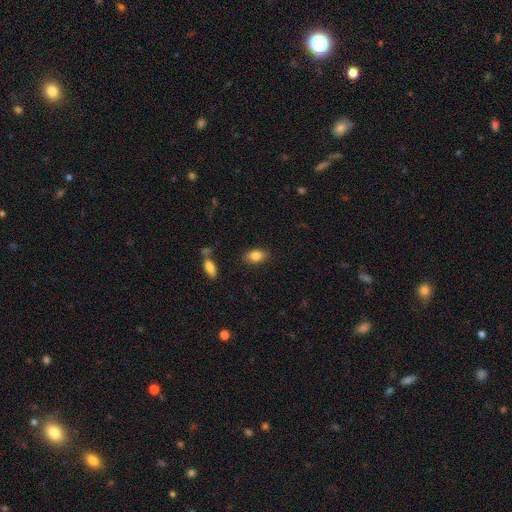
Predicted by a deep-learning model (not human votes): Smooth or featured? smooth (84%)
How rounded? in between (87%)
Merging? none (85%)